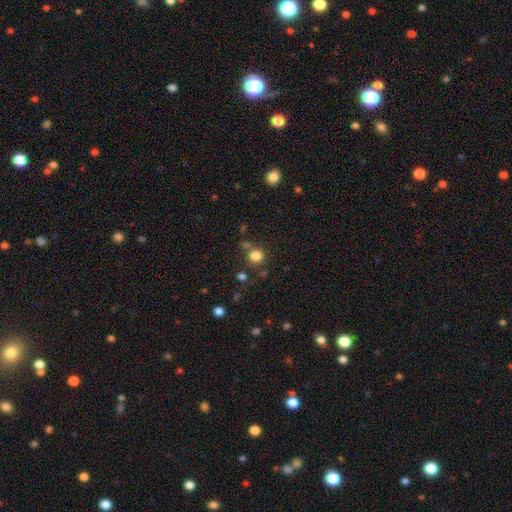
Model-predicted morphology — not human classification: This is clearly a smooth galaxy (82%). How rounded: clearly round (93%). Merging: likely none (78%).